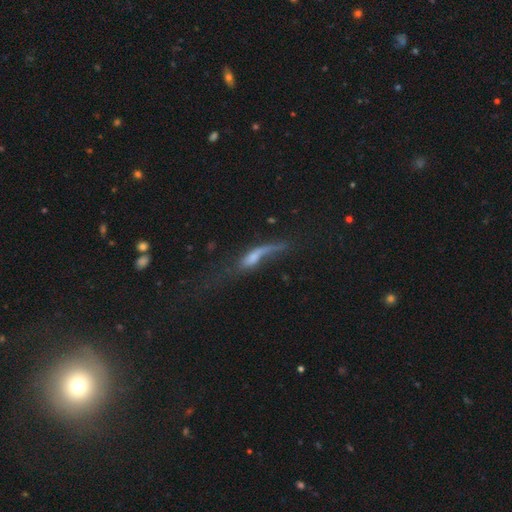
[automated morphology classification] smooth-or-featured: featured or disk: 49% | smooth: 37% | star or artifact: 13%
  merging: major disturbance: 46% | none: 27% | minor disturbance: 19% | merger: 7%